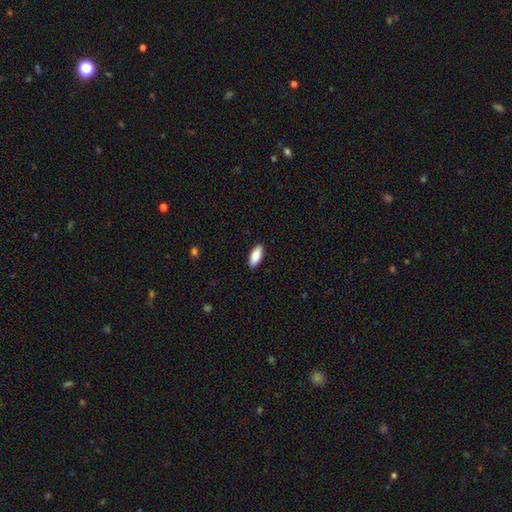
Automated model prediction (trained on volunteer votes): smooth-or-featured: smooth: 88% | featured or disk: 7% | star or artifact: 6%
  how-rounded: in between: 81% | cigar-shaped: 17% | round: 2%
  merging: none: 90% | minor disturbance: 7% | major disturbance: 2% | merger: 1%